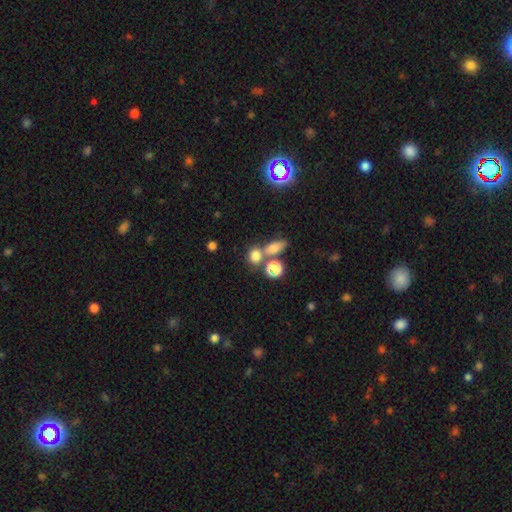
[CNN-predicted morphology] A smooth galaxy with no disk features (74%) that is round (66%). Merging: none (51%).